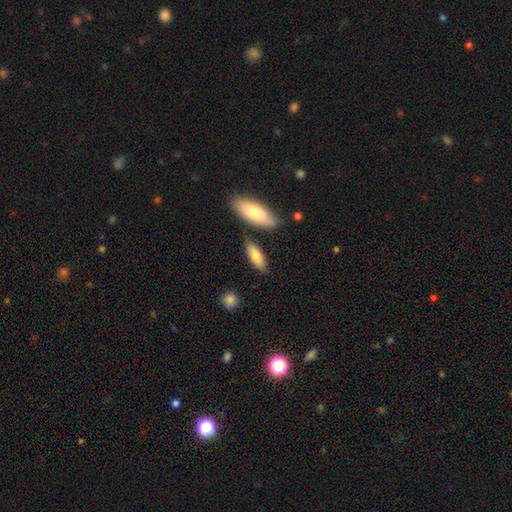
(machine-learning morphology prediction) Smooth or featured? smooth (82%)
How rounded? in between (67%)
Merging? none (77%)